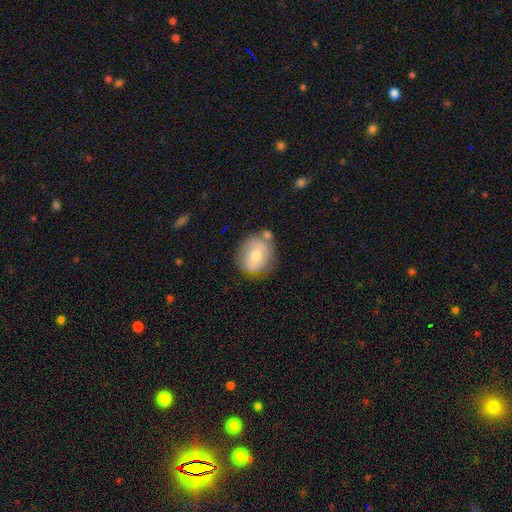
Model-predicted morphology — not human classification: Q: Smooth or featured?
A: smooth (65%); runner-up: featured or disk (27%)
Q: How rounded?
A: round (71%); runner-up: in between (28%)
Q: Merging?
A: none (70%); runner-up: minor disturbance (17%)